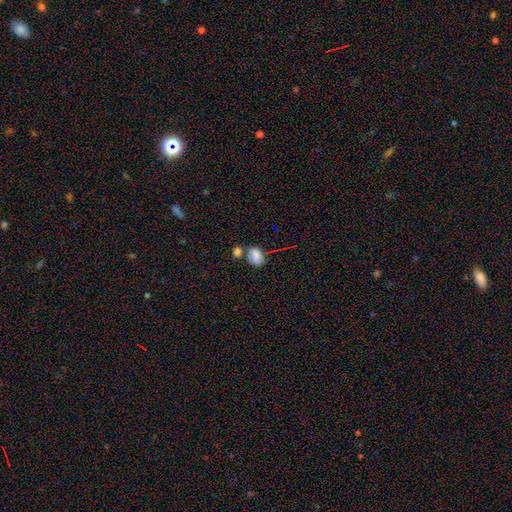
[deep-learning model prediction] Smooth or featured? Predicted: smooth (p=0.77). How rounded? Predicted: in between (p=0.71). Merging? Predicted: none (p=0.52).